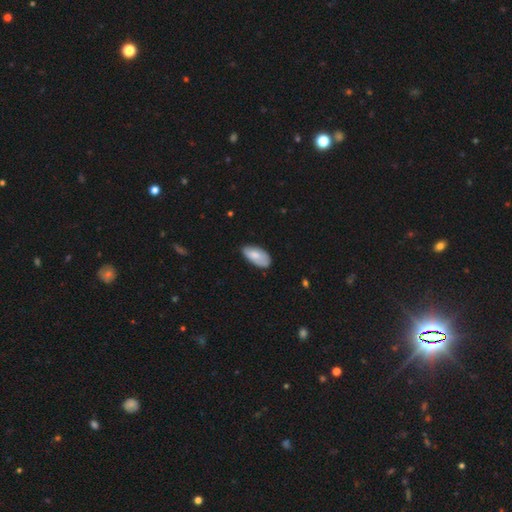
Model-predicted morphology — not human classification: smooth 76%, featured or disk 19%, star or artifact 6%. Down the decision tree: how rounded — in between (94%); merging — none (70%).